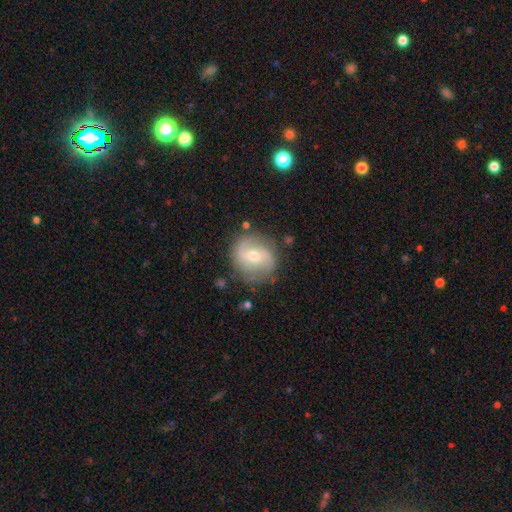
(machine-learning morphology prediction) Overall: featured or disk (71%). Edge-on disk: no (97%). Bar: no (44%; weak 42%). Spiral arms: yes (87%). Spiral arm count: 2 (79%). Spiral winding: medium (42%; tight 31%). Bulge size: moderate (57%; small 39%). Merging: none (79%).